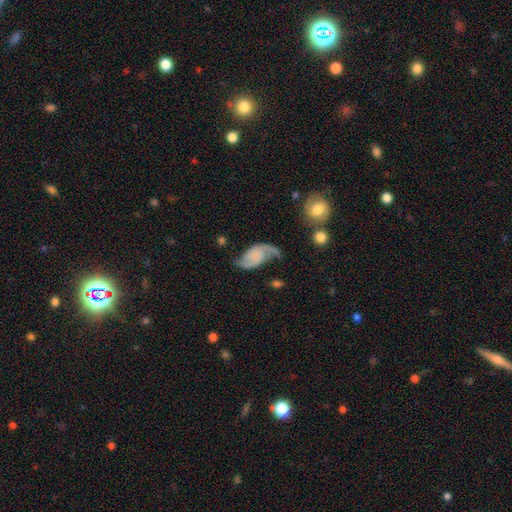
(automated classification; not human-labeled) Q: Smooth or featured?
A: featured or disk (77%); runner-up: smooth (16%)
Q: Edge-on disk?
A: no (97%); runner-up: yes (3%)
Q: Bar?
A: no (64%); runner-up: weak (28%)
Q: Spiral arms?
A: yes (94%); runner-up: no (6%)
Q: Spiral winding?
A: loose (61%); runner-up: medium (29%)
Q: Spiral arm count?
A: 2 (90%); runner-up: 1 (4%)
Q: Bulge size?
A: none (65%); runner-up: small (20%)
Q: Merging?
A: none (56%); runner-up: minor disturbance (25%)